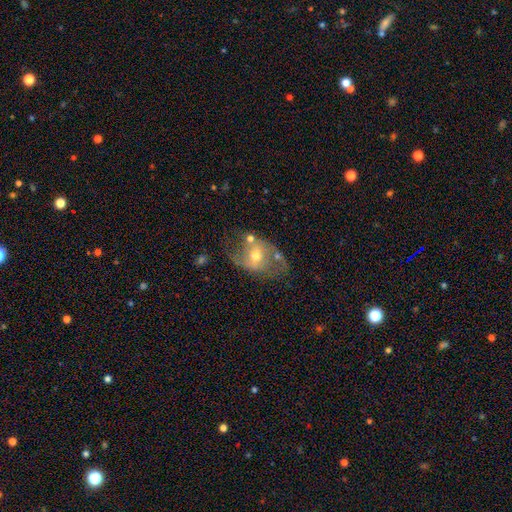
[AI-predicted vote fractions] The model was most divided on "bar": weak: 41%, no: 38%, strong: 21%. Remaining: edge-on disk — no (96%); spiral arm count — 2 (87%); spiral arms — yes (82%); smooth or featured — featured or disk (76%); bulge size — moderate (61%); merging — none (59%); spiral winding — loose (47%).